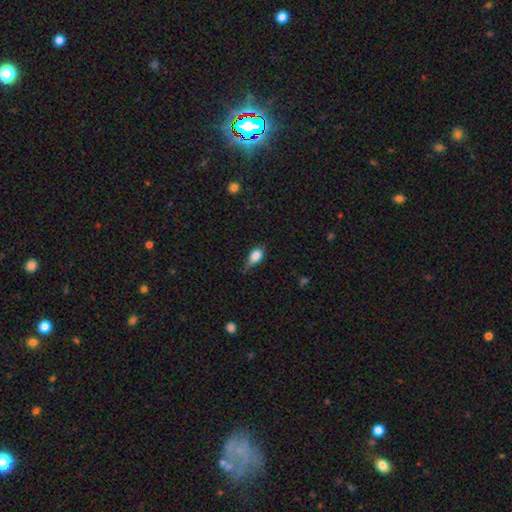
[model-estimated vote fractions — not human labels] This is clearly a smooth galaxy (82%). How rounded: clearly in between (82%). Merging: marginally minor disturbance (43%).